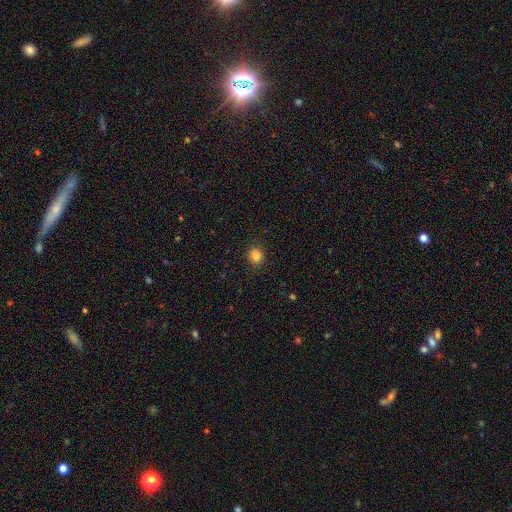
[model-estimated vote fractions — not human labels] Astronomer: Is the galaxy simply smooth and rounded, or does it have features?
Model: smooth — 84%.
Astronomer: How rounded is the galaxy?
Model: round — 74%.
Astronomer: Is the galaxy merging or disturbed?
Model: none — 89%.